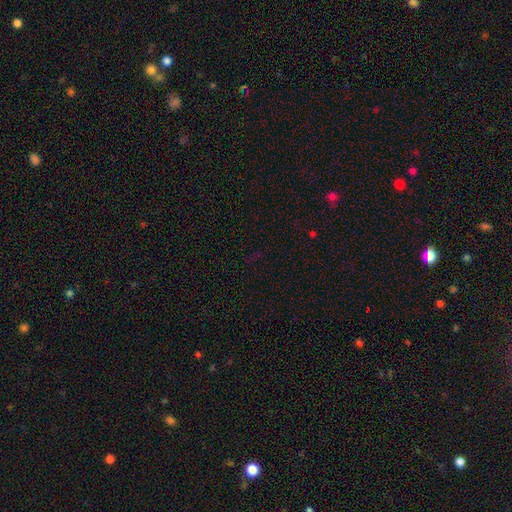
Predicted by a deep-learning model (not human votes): A star or artifact, not a galaxy (69%).

Vote fractions:
- Smooth or featured? star or artifact: 69% / smooth: 23% / featured or disk: 8%